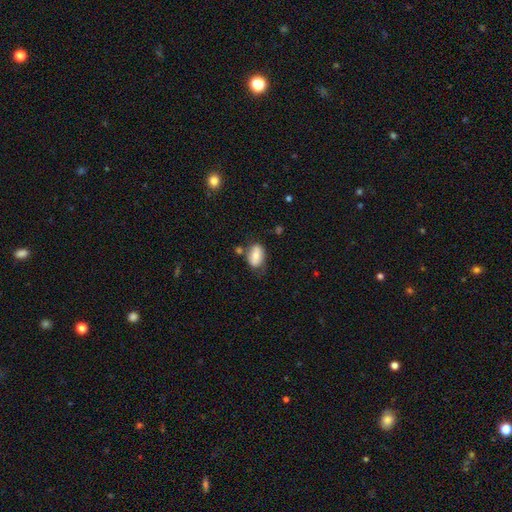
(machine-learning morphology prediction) smooth_or_featured: smooth (p=0.71) [alt: featured or disk p=0.22]
how_rounded: in between (p=0.87) [alt: round p=0.11]
merging: none (p=0.60) [alt: minor disturbance p=0.24]